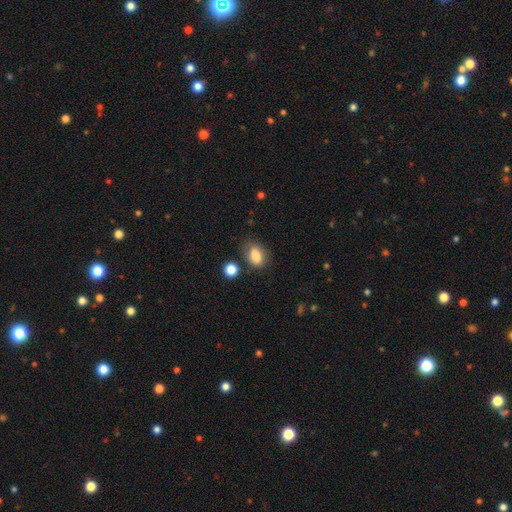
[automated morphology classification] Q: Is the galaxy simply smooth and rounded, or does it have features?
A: smooth — 81%.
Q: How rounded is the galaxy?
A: in between — 79%.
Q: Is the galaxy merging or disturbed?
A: none — 70%.